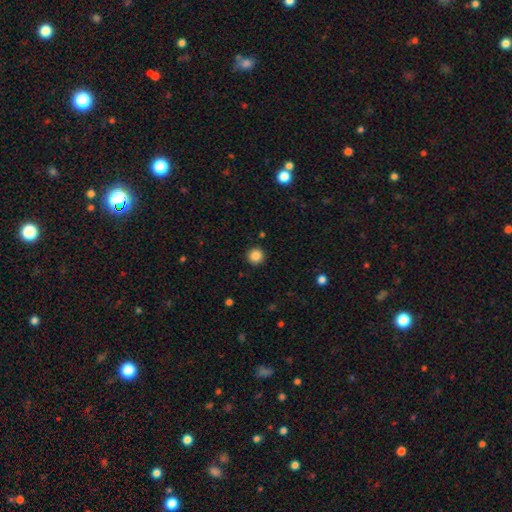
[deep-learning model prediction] smooth_or_featured: smooth (p=0.86) [alt: star or artifact p=0.11]
how_rounded: round (p=0.95) [alt: in between p=0.04]
merging: none (p=0.92) [alt: minor disturbance p=0.05]